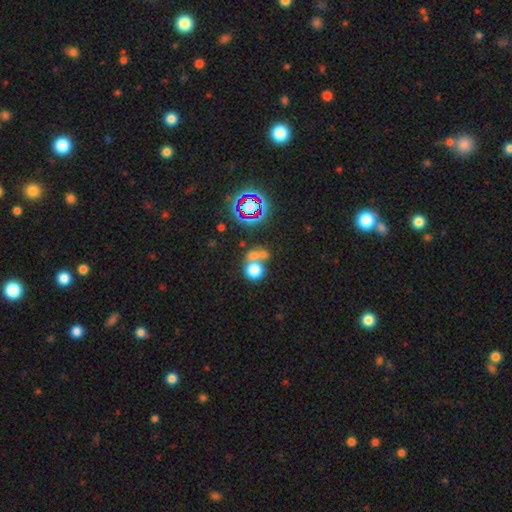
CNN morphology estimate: This appears to be a smooth galaxy with no disk features (67%) that is round (78%). Merging: merger (46%).